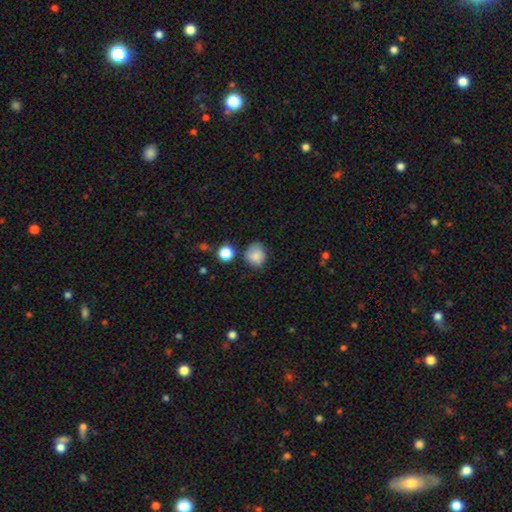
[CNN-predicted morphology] Q: Smooth or featured?
A: smooth (78%); runner-up: featured or disk (12%)
Q: How rounded?
A: round (75%); runner-up: in between (24%)
Q: Merging?
A: none (67%); runner-up: minor disturbance (23%)